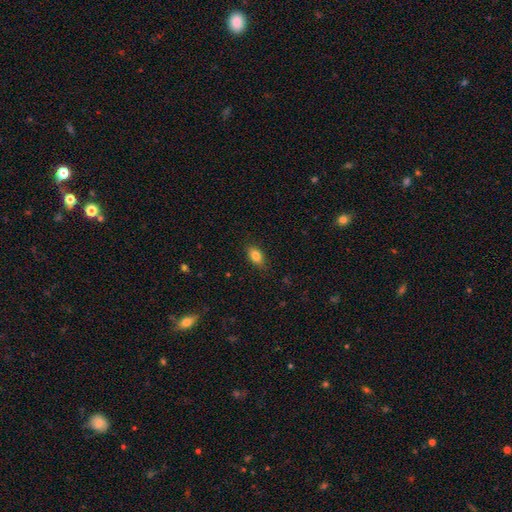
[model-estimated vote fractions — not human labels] A smooth galaxy with no disk features (83%) that is in between round and cigar-shaped (88%). Merging: none (85%).